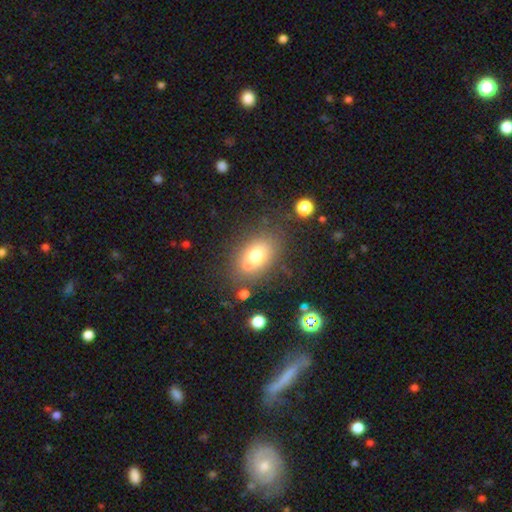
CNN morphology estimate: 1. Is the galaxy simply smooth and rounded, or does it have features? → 68% smooth, 19% featured or disk, 13% star or artifact.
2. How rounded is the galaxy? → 69% in between, 29% round, 2% cigar-shaped.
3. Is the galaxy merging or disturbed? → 58% none, 23% merger, 13% minor disturbance, 6% major disturbance.